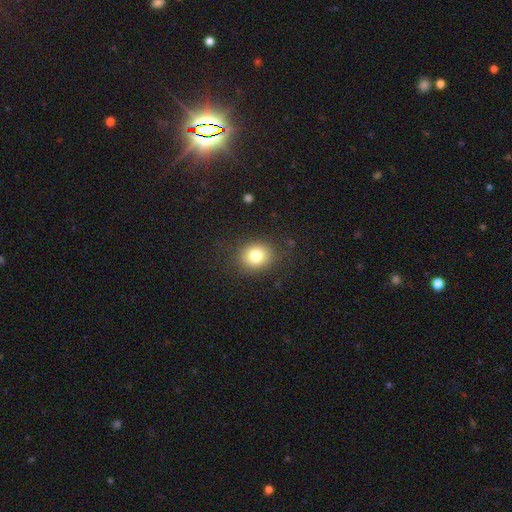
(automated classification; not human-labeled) Smooth or featured?
  - smooth: 79% *
  - star or artifact: 11%
  - featured or disk: 9%
How rounded?
  - round: 61% *
  - in between: 38%
  - cigar-shaped: 1%
Merging?
  - none: 85% *
  - minor disturbance: 10%
  - major disturbance: 4%
  - merger: 1%